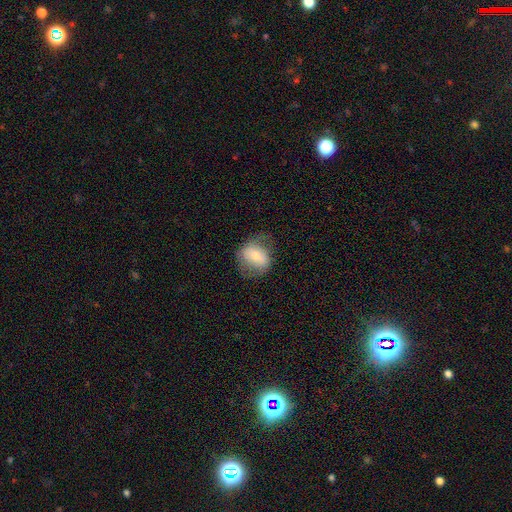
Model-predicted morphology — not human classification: Smooth or featured? smooth (56%)
How rounded? round (52%)
Merging? none (63%)